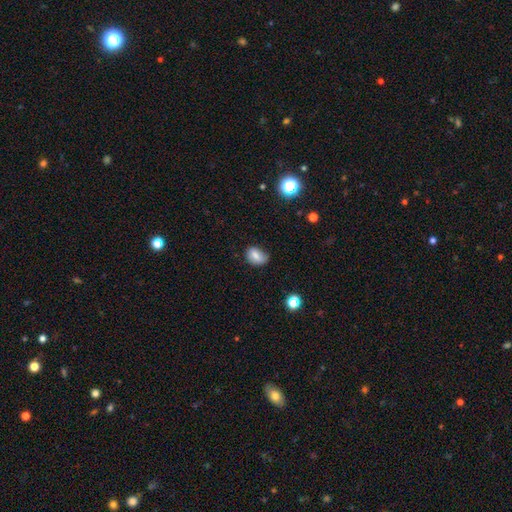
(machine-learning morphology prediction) A smooth galaxy with no disk features (73%) that is in between round and cigar-shaped (73%). Merging: none (64%).